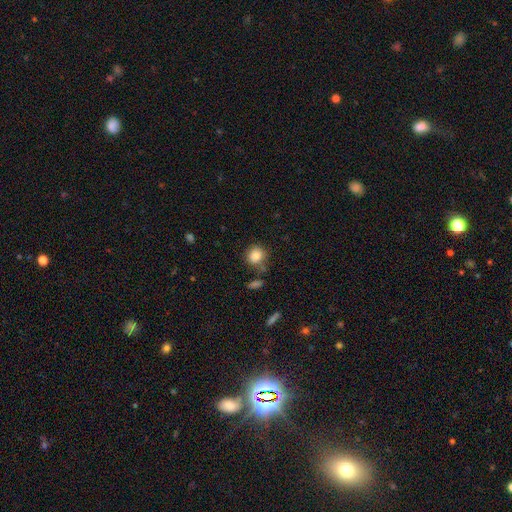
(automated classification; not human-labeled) A smooth galaxy with no disk features (84%) that is round (85%).

Vote fractions:
- Smooth or featured? smooth: 84% / star or artifact: 9% / featured or disk: 7%
- How rounded? round: 85% / in between: 14% / cigar-shaped: 1%
- Merging? none: 72% / minor disturbance: 14% / merger: 10% / major disturbance: 4%